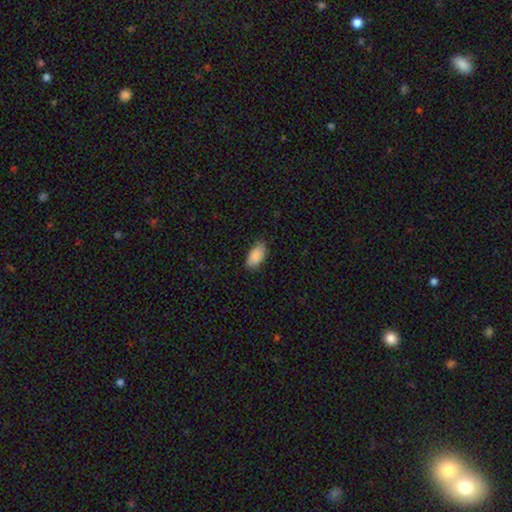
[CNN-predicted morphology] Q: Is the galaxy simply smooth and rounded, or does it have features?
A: smooth — 88%.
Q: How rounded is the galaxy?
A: in between — 94%.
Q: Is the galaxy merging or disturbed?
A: none — 77%.